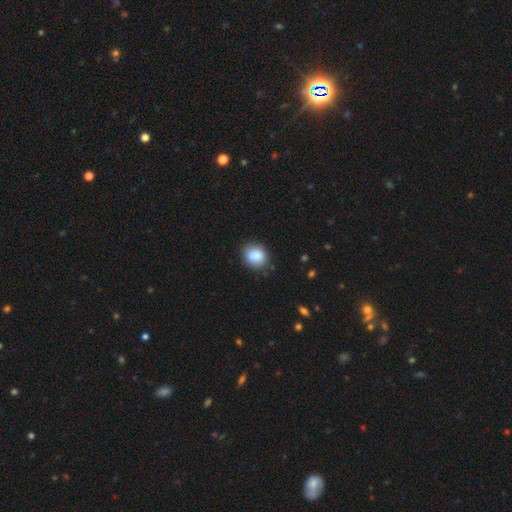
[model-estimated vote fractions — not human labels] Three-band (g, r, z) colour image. It shows a smooth galaxy with no disk features (87%) that is round (60%). Merging: none (84%).